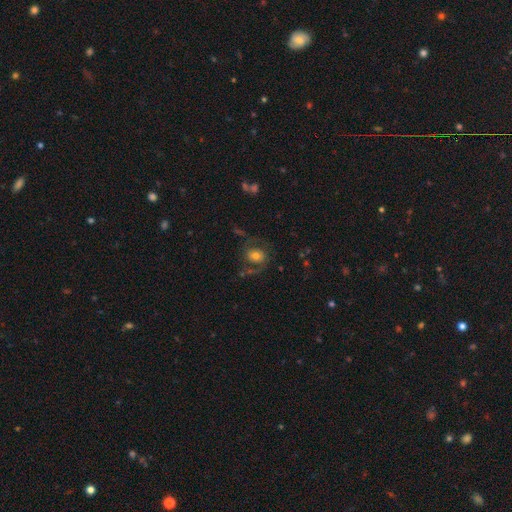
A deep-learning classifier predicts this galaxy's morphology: featured or disk 54%, smooth 36%, star or artifact 10%. Down the decision tree: edge-on disk — no (97%); bar — no (67%); spiral arms — yes (76%); bulge size — moderate (58%); merging — none (58%).